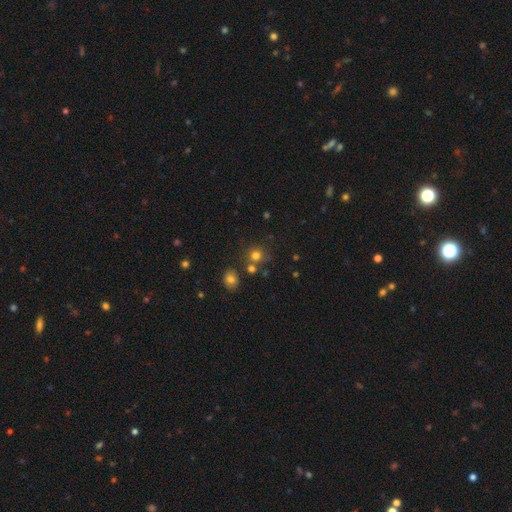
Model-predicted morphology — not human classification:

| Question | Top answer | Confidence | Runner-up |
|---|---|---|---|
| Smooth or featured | smooth | 76% | star or artifact (16%) |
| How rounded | round | 86% | in between (13%) |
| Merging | none | 70% | merger (16%) |